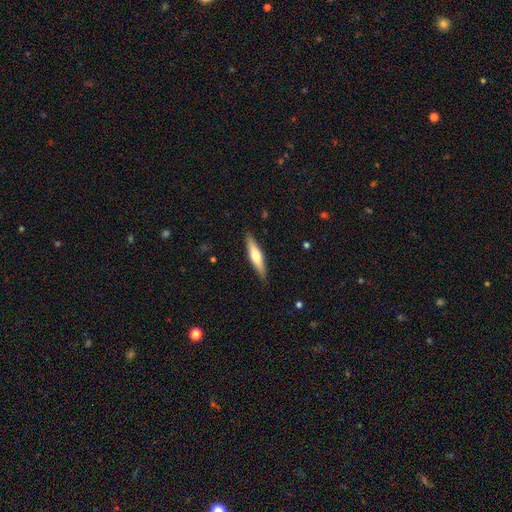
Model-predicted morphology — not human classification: smooth 53%, featured or disk 41%, star or artifact 5%. Down the decision tree: how rounded — cigar-shaped (77%); merging — none (88%).